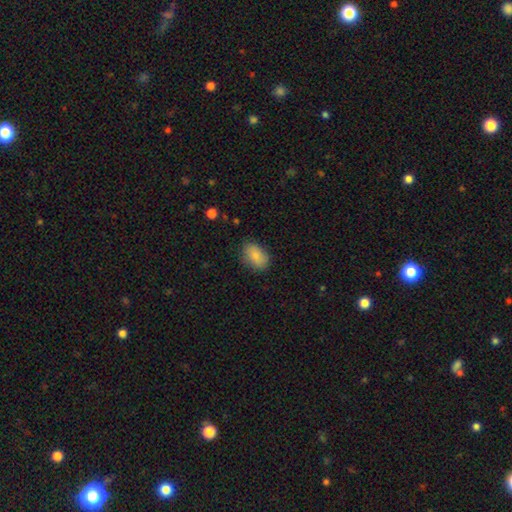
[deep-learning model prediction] Smooth or featured? Predicted: smooth (p=0.82). How rounded? Predicted: in between (p=0.83). Merging? Predicted: none (p=0.78).